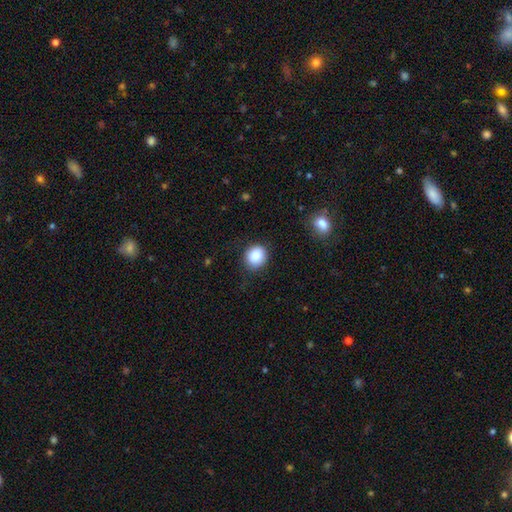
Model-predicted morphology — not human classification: Smooth or featured: smooth — 84% (star or artifact — 10%)
How rounded: round — 80% (in between — 19%)
Merging: none — 86% (minor disturbance — 10%)